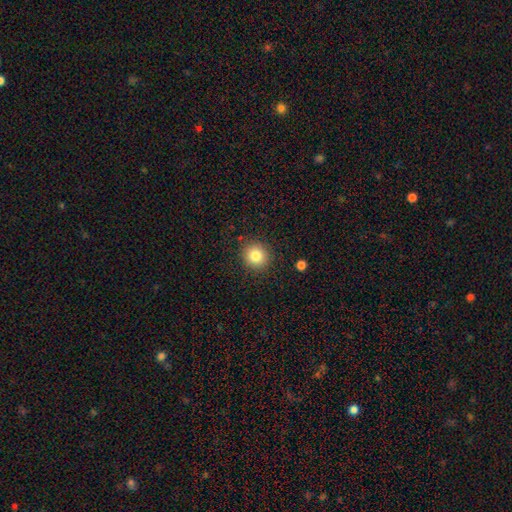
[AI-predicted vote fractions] A smooth galaxy with no disk features (81%) that is round (90%). Merging: none (88%).